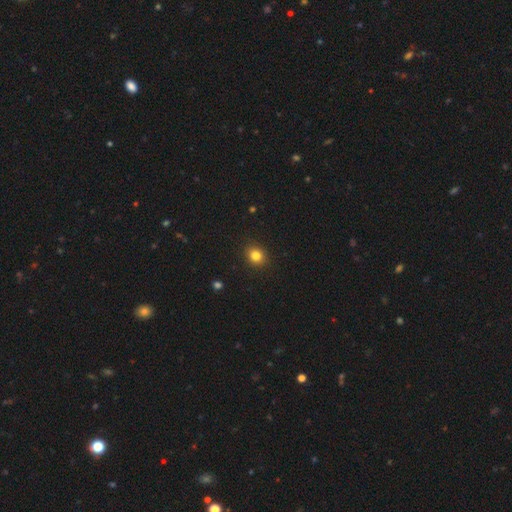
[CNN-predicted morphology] smooth 83%, star or artifact 12%, featured or disk 5%. Down the decision tree: how rounded — round (72%); merging — none (90%).